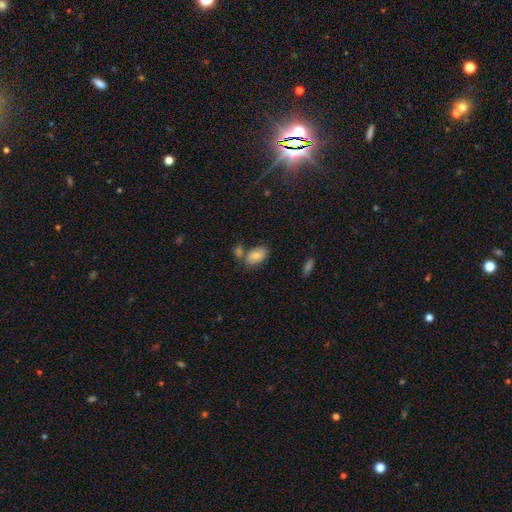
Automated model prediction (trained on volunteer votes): This appears to be a smooth galaxy with no disk features (77%) that is in between round and cigar-shaped (91%). Merging: none (59%).